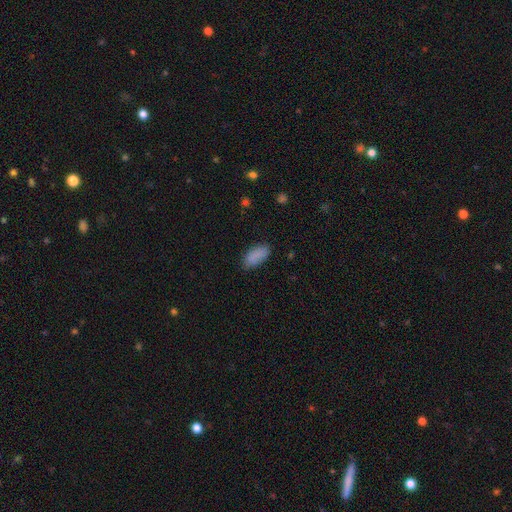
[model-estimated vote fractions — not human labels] Morphology: type=smooth (86%); roundness=in between (92%); merging=none (75%).